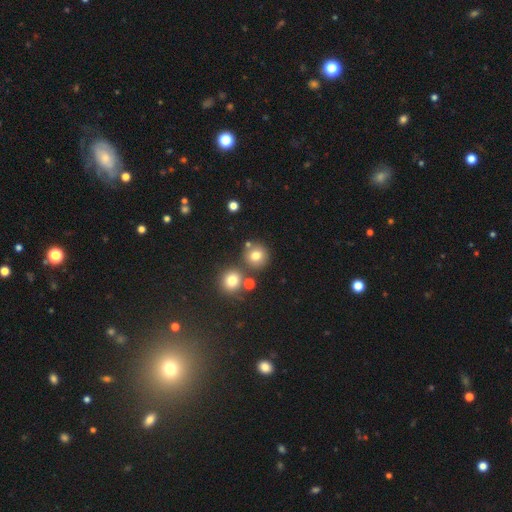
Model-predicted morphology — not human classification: The model was most divided on "merging": none: 75%, merger: 13%, minor disturbance: 9%, major disturbance: 3%. More confident: how rounded — round (91%); smooth or featured — smooth (76%).